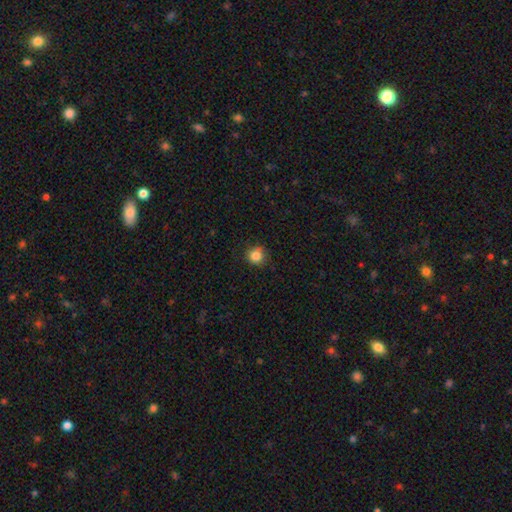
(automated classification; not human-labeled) smooth_or_featured: smooth (p=0.85) [alt: star or artifact p=0.11]
how_rounded: round (p=0.92) [alt: in between p=0.07]
merging: none (p=0.85) [alt: minor disturbance p=0.12]